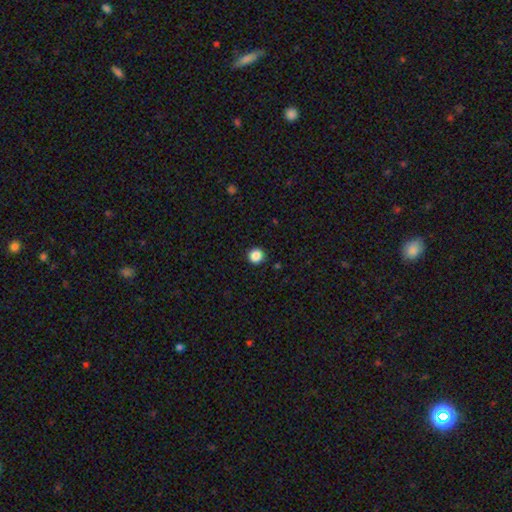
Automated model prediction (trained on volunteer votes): Morphology: type=smooth (87%); roundness=round (95%); merging=none (92%).